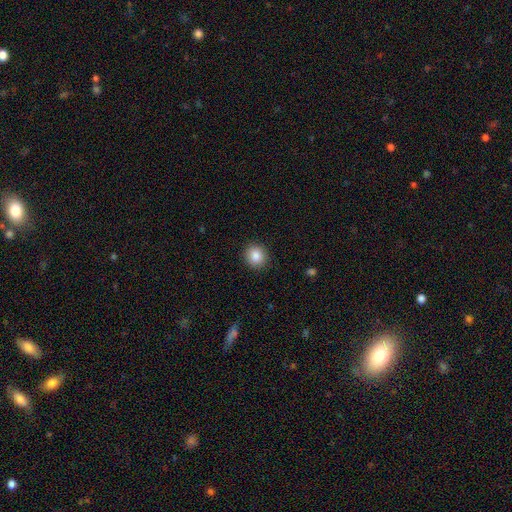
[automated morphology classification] smooth_or_featured: smooth (p=0.86) [alt: star or artifact p=0.09]
how_rounded: round (p=0.87) [alt: in between p=0.12]
merging: none (p=0.91) [alt: minor disturbance p=0.06]